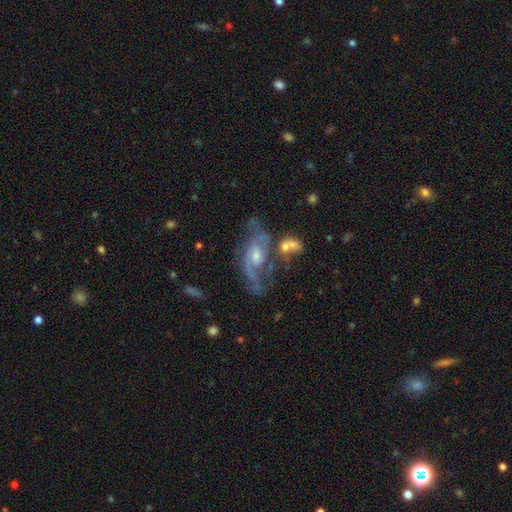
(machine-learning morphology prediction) Overall: featured or disk (80%). Edge-on disk: no (93%). Bar: no (55%; weak 37%). Spiral arms: yes (87%). Spiral arm count: 2 (64%). Spiral winding: medium (45%; loose 32%). Bulge size: moderate (49%; small 42%). Merging: none (41%; merger 22%).